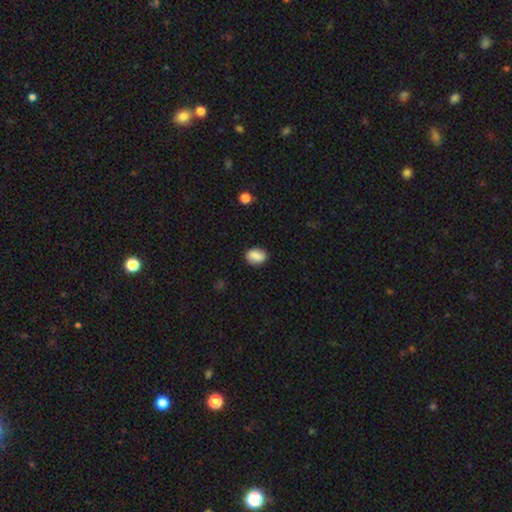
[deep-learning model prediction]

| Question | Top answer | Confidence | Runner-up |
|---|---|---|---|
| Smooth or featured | smooth | 79% | featured or disk (13%) |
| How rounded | in between | 70% | round (28%) |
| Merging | none | 82% | minor disturbance (13%) |